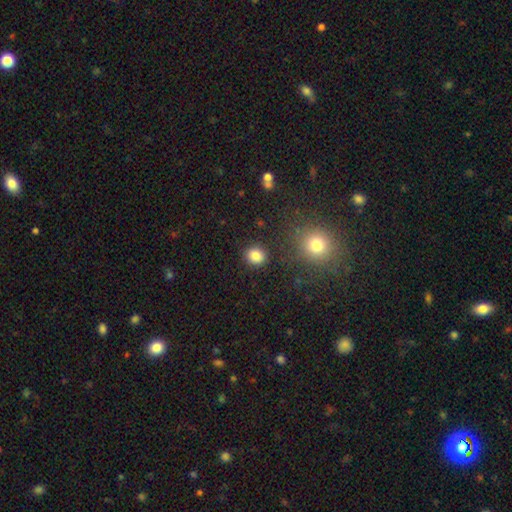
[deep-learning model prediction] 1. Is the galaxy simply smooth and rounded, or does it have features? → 84% smooth, 11% star or artifact, 5% featured or disk.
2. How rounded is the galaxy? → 78% round, 21% in between, 1% cigar-shaped.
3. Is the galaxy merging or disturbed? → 88% none, 7% minor disturbance, 3% major disturbance, 2% merger.